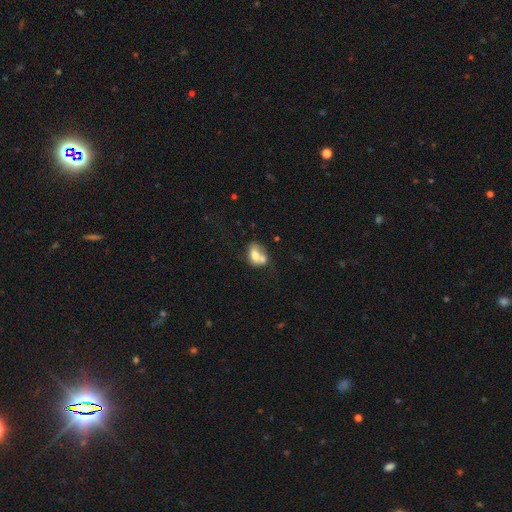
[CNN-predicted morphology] Smooth or featured? smooth (66%)
How rounded? in between (70%)
Merging? merger (55%)